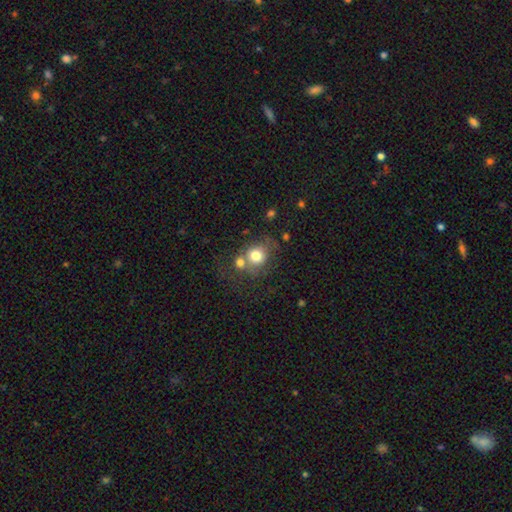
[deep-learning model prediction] smooth-or-featured: smooth: 75% | featured or disk: 14% | star or artifact: 10%
  how-rounded: round: 77% | in between: 22% | cigar-shaped: 1%
  merging: none: 44% | merger: 37% | minor disturbance: 12% | major disturbance: 8%